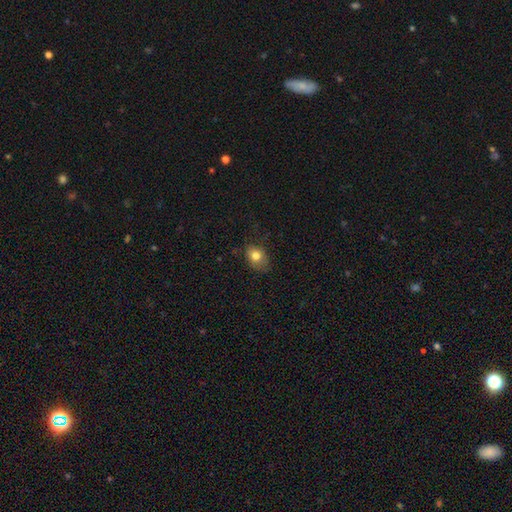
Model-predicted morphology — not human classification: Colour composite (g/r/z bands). It shows a smooth galaxy with no disk features (79%) that is in between round and cigar-shaped (63%). Merging: none (64%).